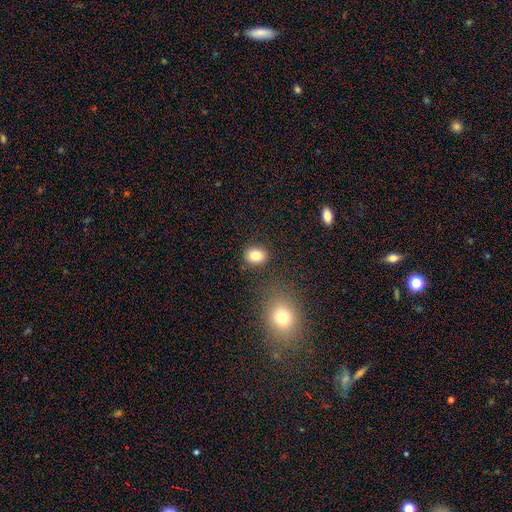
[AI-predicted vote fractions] smooth-or-featured: smooth: 83% | star or artifact: 10% | featured or disk: 7%
  how-rounded: in between: 50% | round: 49% | cigar-shaped: 1%
  merging: none: 85% | minor disturbance: 9% | merger: 4% | major disturbance: 3%